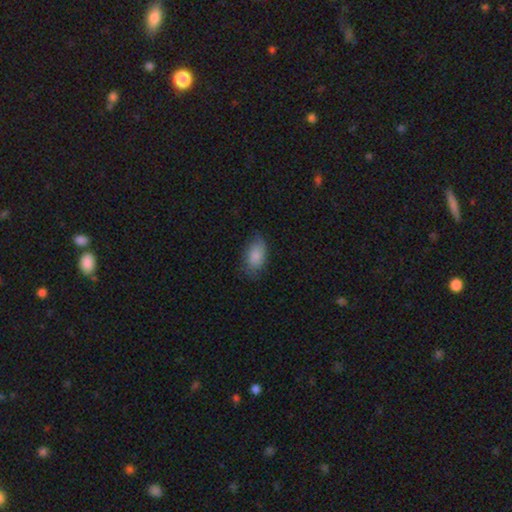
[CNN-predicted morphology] smooth_or_featured: smooth (p=0.84) [alt: featured or disk p=0.09]
how_rounded: in between (p=0.92) [alt: round p=0.06]
merging: none (p=0.71) [alt: minor disturbance p=0.22]